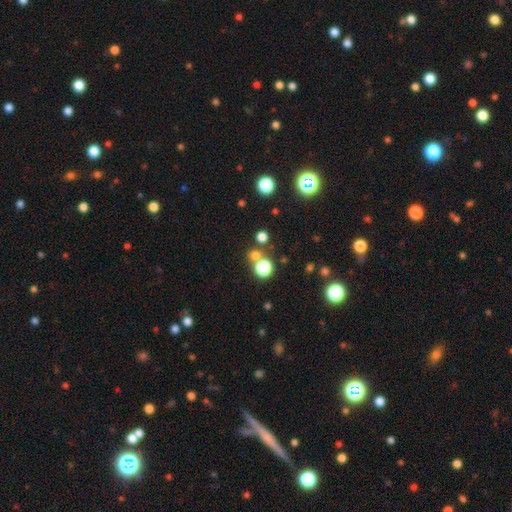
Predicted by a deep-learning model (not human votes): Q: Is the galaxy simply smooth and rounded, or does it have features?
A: smooth — 66%.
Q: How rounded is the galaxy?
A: round — 88%.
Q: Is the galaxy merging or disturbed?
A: none — 68%.